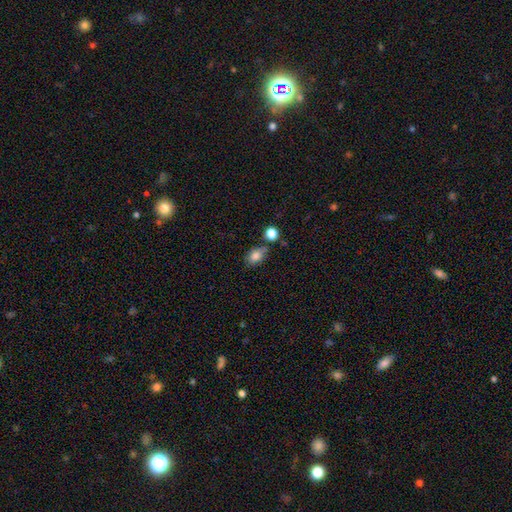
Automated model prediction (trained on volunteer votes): Q: Smooth or featured?
A: smooth (82%); runner-up: star or artifact (10%)
Q: How rounded?
A: in between (73%); runner-up: round (25%)
Q: Merging?
A: none (63%); runner-up: minor disturbance (19%)